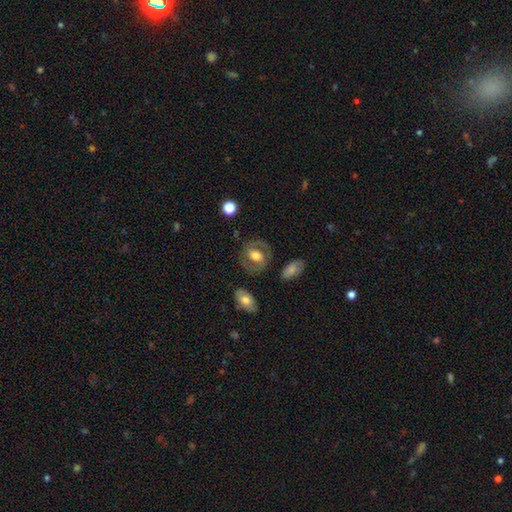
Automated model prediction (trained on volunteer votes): Smooth or featured: featured or disk — 60% (smooth — 34%)
Edge-on disk: no — 95% (yes — 5%)
Bar: no — 45% (weak — 35%)
Spiral arms: yes — 60% (no — 40%)
Bulge size: moderate — 60% (large — 26%)
Merging: none — 75% (minor disturbance — 14%)